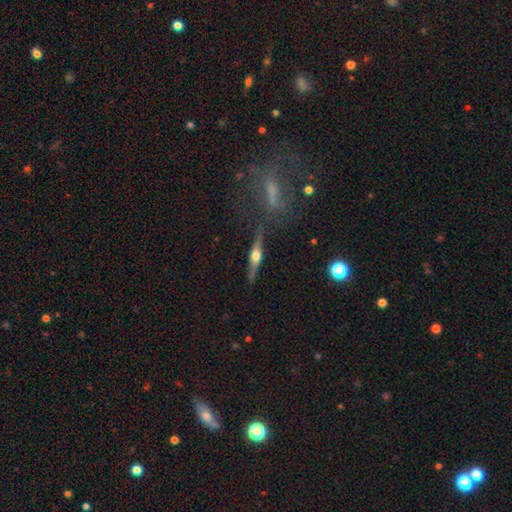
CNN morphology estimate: featured or disk 67%, smooth 26%, star or artifact 7%. Down the decision tree: edge-on disk — yes (95%); edge-on bulge — rounded (92%); merging — none (82%).